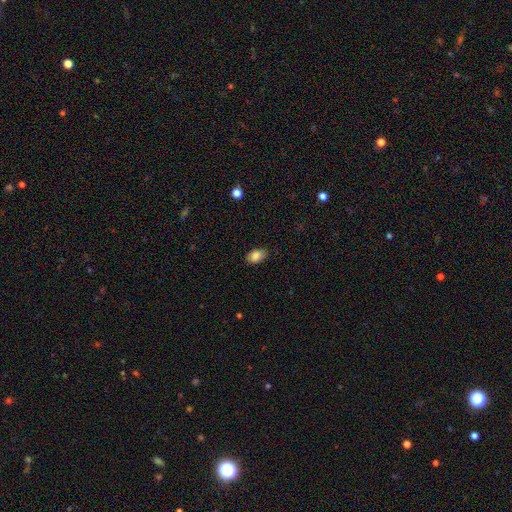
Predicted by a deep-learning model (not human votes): Q: Smooth or featured?
A: smooth (85%); runner-up: star or artifact (8%)
Q: How rounded?
A: in between (88%); runner-up: round (11%)
Q: Merging?
A: none (82%); runner-up: minor disturbance (14%)